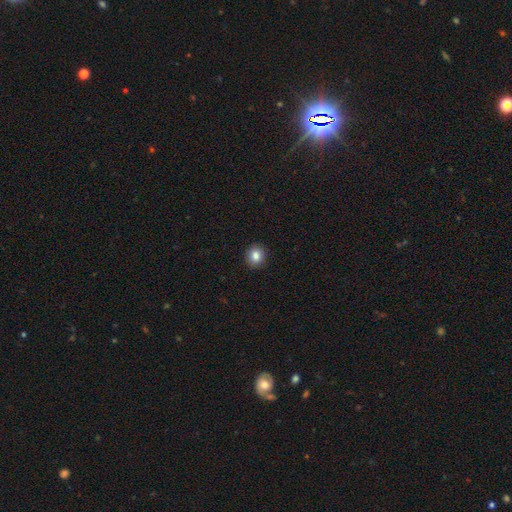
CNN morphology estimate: A smooth galaxy with no disk features (84%) that is round (83%).

Vote fractions:
- Smooth or featured? smooth: 84% / star or artifact: 10% / featured or disk: 5%
- How rounded? round: 83% / in between: 16% / cigar-shaped: 1%
- Merging? none: 92% / minor disturbance: 5% / major disturbance: 2% / merger: 1%